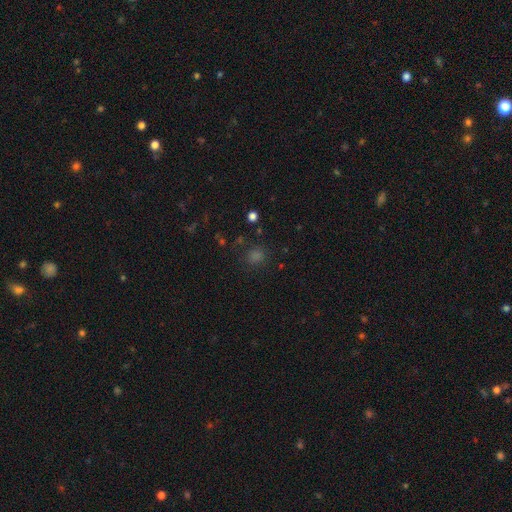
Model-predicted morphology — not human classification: Overall: smooth (65%; star or artifact 30%). How rounded: round (86%). Merging: none (85%).